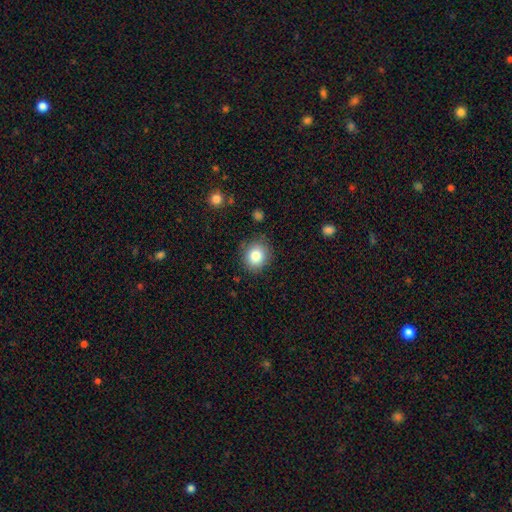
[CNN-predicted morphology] smooth-or-featured: smooth: 83% | star or artifact: 10% | featured or disk: 8%
  how-rounded: round: 79% | in between: 20% | cigar-shaped: 1%
  merging: none: 85% | minor disturbance: 11% | major disturbance: 3% | merger: 1%